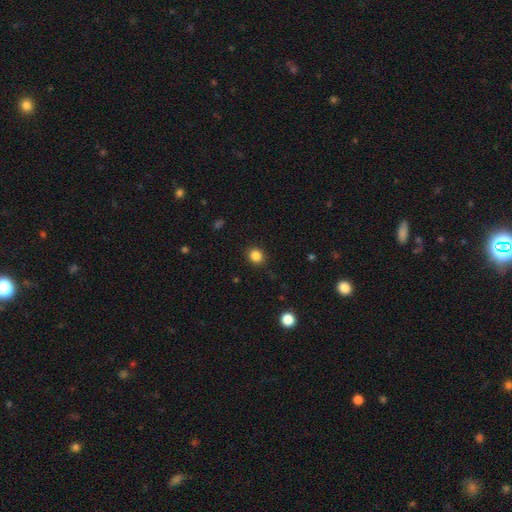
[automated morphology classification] Overall: smooth (85%). How rounded: round (78%). Merging: none (89%).